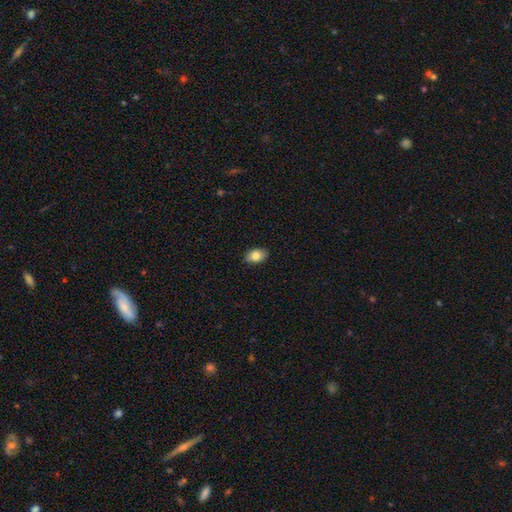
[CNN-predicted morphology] A smooth galaxy with no disk features (82%) that is in between round and cigar-shaped (89%).

Vote fractions:
- Smooth or featured? smooth: 82% / featured or disk: 11% / star or artifact: 8%
- How rounded? in between: 89% / round: 9% / cigar-shaped: 2%
- Merging? none: 88% / minor disturbance: 9% / major disturbance: 2% / merger: 1%